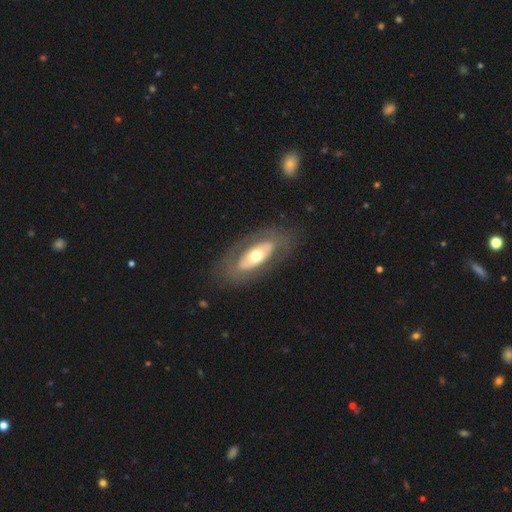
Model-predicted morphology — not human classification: The model was most divided on "smooth or featured": featured or disk: 54%, smooth: 40%, star or artifact: 6%. More confident: edge-on disk — no (83%); merging — none (79%).